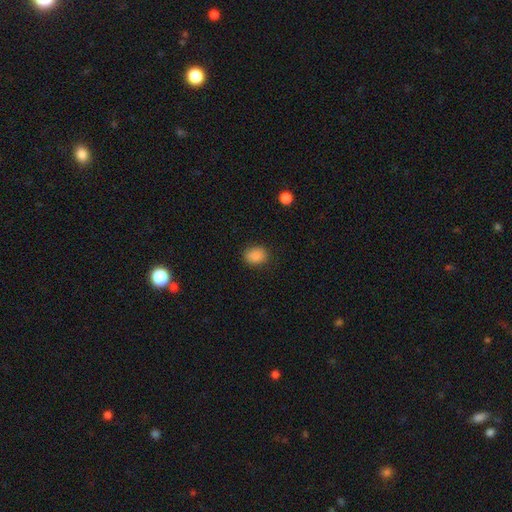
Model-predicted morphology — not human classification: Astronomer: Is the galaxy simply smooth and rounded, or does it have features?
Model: smooth — 88%.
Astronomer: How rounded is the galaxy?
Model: in between — 55% (runner-up: round, 44%).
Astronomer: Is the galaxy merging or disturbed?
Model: none — 85%.